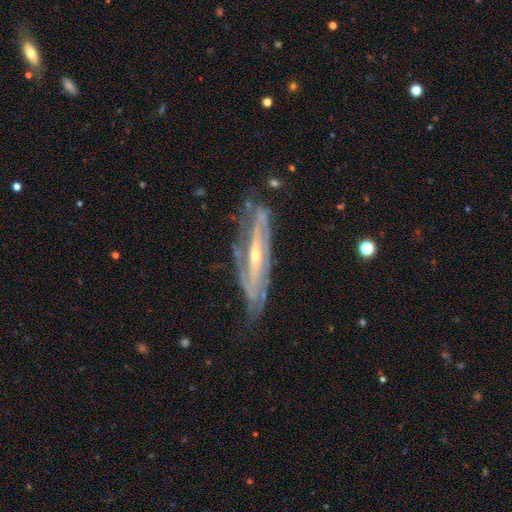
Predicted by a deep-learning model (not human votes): Smooth or featured: featured or disk — 85% (smooth — 9%)
Edge-on disk: no — 61% (yes — 39%)
Bar: strong — 37% (no — 32%)
Spiral arms: yes — 88% (no — 12%)
Bulge size: small — 61% (moderate — 35%)
Merging: none — 67% (minor disturbance — 23%)